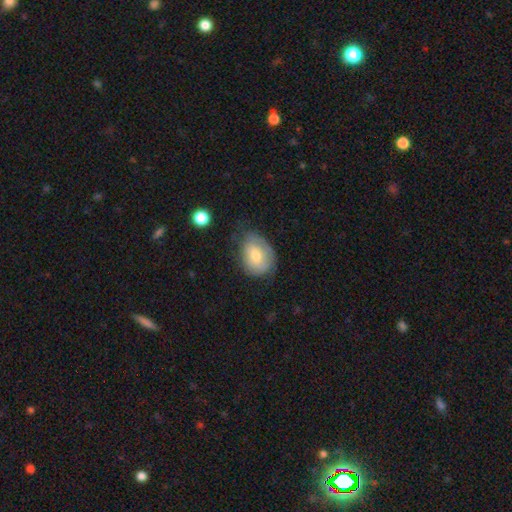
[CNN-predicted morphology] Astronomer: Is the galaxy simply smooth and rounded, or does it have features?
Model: smooth — 62%.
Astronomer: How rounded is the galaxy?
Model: in between — 65%.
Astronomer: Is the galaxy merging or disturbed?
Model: none — 51% (runner-up: minor disturbance, 35%).